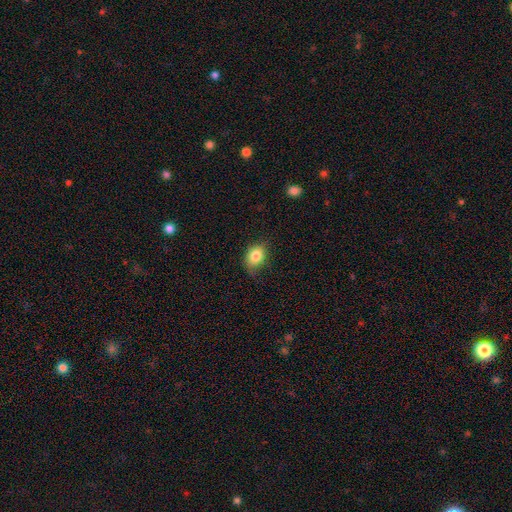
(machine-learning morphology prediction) type=smooth (82%); roundness=in between (65%); merging=none (61%).